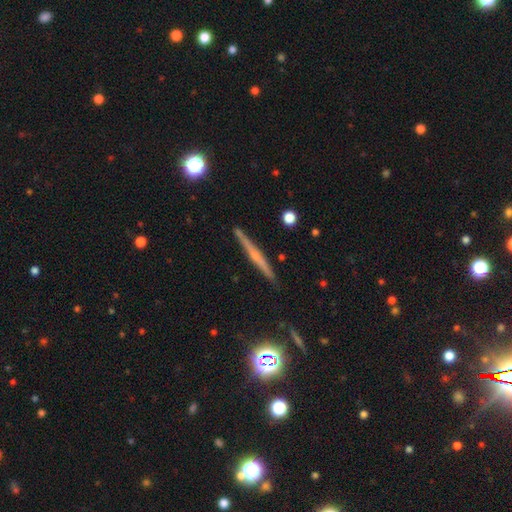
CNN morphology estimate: Smooth or featured?
  - featured or disk: 63% *
  - smooth: 27%
  - star or artifact: 10%
Edge-on disk?
  - yes: 97% *
  - no: 3%
Edge-on bulge?
  - rounded: 46% *
  - none: 45%
  - boxy: 9%
Merging?
  - none: 90% *
  - minor disturbance: 7%
  - major disturbance: 2%
  - merger: 1%